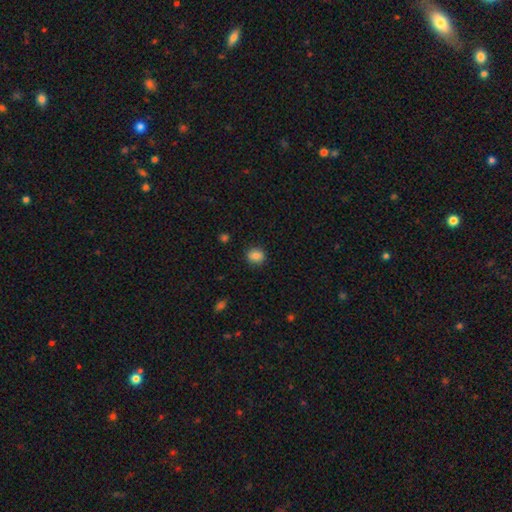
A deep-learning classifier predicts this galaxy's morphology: smooth_or_featured: smooth (p=0.85) [alt: star or artifact p=0.10]
how_rounded: round (p=0.72) [alt: in between p=0.27]
merging: none (p=0.89) [alt: minor disturbance p=0.08]